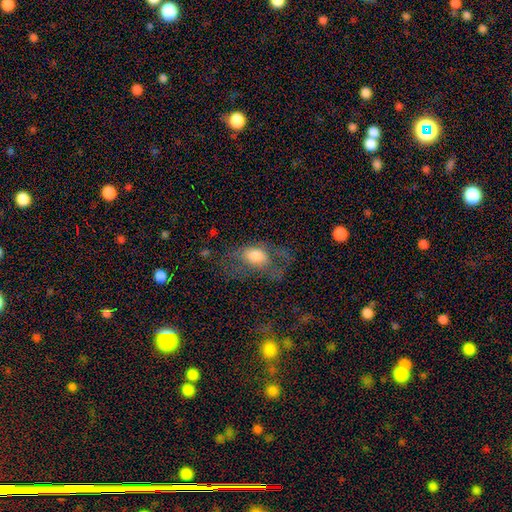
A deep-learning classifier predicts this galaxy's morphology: Q: Smooth or featured?
A: smooth (54%); runner-up: featured or disk (36%)
Q: How rounded?
A: in between (81%); runner-up: round (15%)
Q: Merging?
A: none (39%); runner-up: major disturbance (37%)